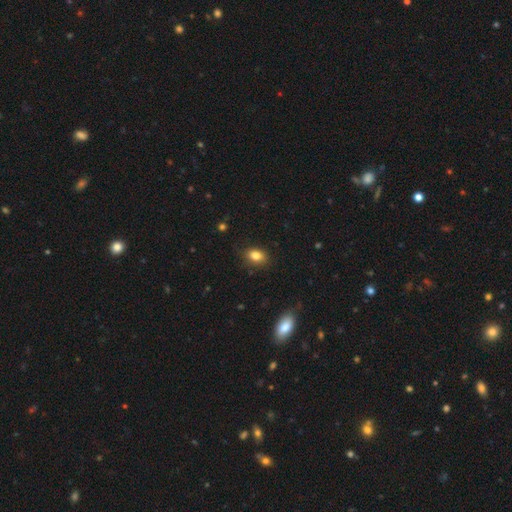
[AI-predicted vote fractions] The model was most divided on "how rounded": in between: 79%, round: 20%, cigar-shaped: 2%. More confident: merging — none (84%); smooth or featured — smooth (83%).